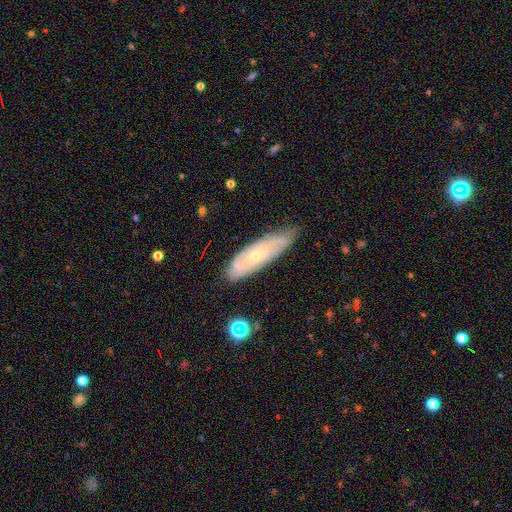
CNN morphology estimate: Smooth or featured? featured or disk (67%)
Edge-on disk? no (77%)
Bar? no (72%)
Spiral arms? yes (82%)
Bulge size? small (73%)
Merging? none (70%)